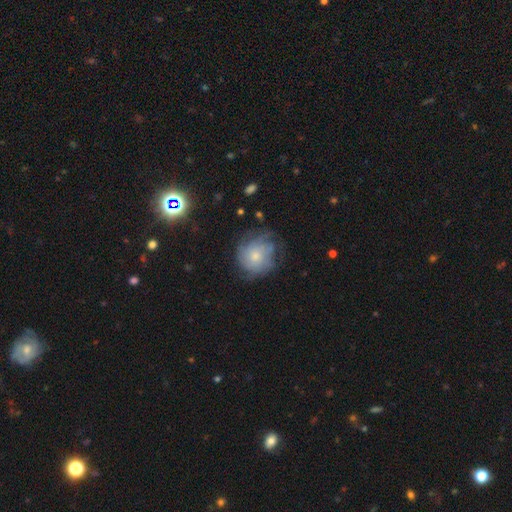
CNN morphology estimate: This is possibly a featured or disk galaxy (46%). Merging: possibly none (56%).